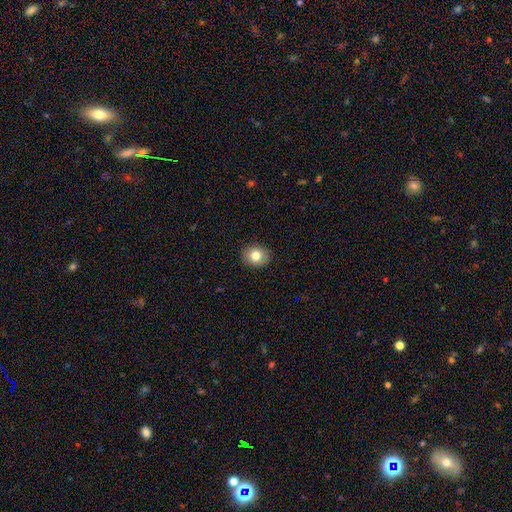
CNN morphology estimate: Smooth or featured? Predicted: smooth (p=0.80). How rounded? Predicted: round (p=0.65). Merging? Predicted: none (p=0.88).